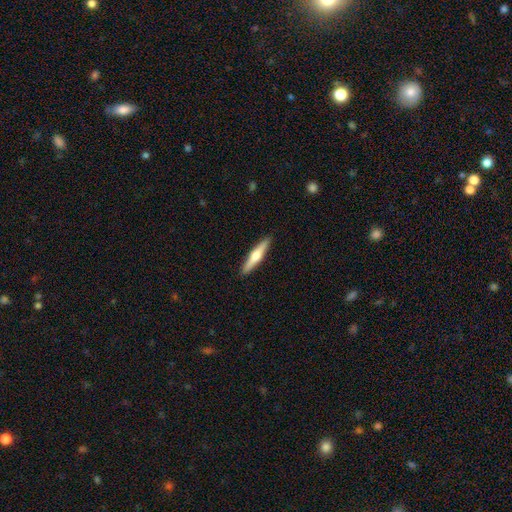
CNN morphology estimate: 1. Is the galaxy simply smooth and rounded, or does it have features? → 48% featured or disk, 47% smooth, 5% star or artifact.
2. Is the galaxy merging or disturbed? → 91% none, 6% minor disturbance, 1% major disturbance, 1% merger.